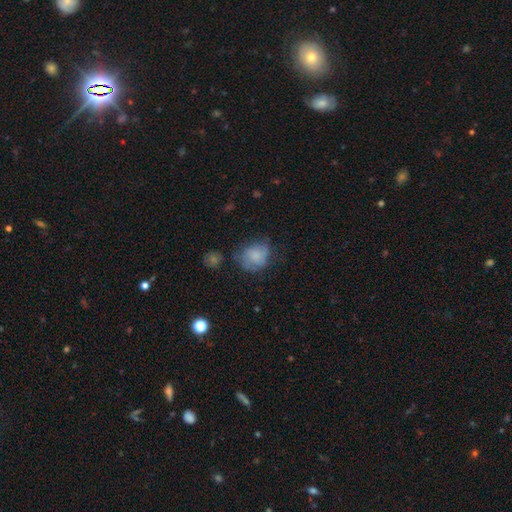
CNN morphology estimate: type=smooth (67%); roundness=round (65%); merging=none (52%).